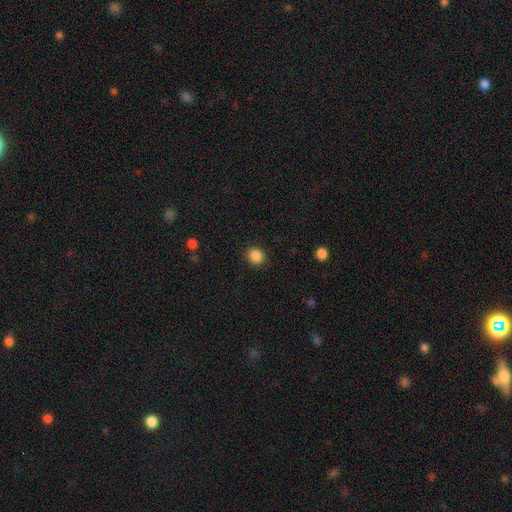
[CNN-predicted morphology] type=smooth (87%); roundness=round (84%); merging=none (90%).